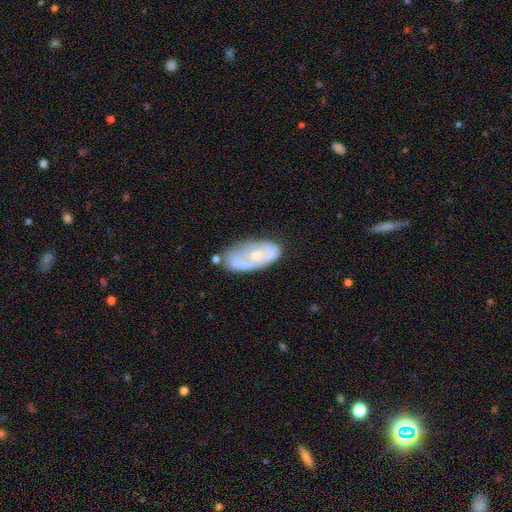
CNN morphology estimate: A featured or disk galaxy (56%) with no bar (75%), no spiral arms (59%) and a moderate central bulge (48%).

Vote fractions:
- Smooth or featured? featured or disk: 56% / smooth: 38% / star or artifact: 6%
- Edge-on disk? no: 92% / yes: 8%
- Bar? no: 75% / weak: 20% / strong: 4%
- Spiral arms? no: 59% / yes: 41%
- Bulge size? moderate: 48% / small: 42% / none: 5% / large: 3% / dominant: 1%
- Merging? none: 56% / minor disturbance: 26% / major disturbance: 10% / merger: 7%